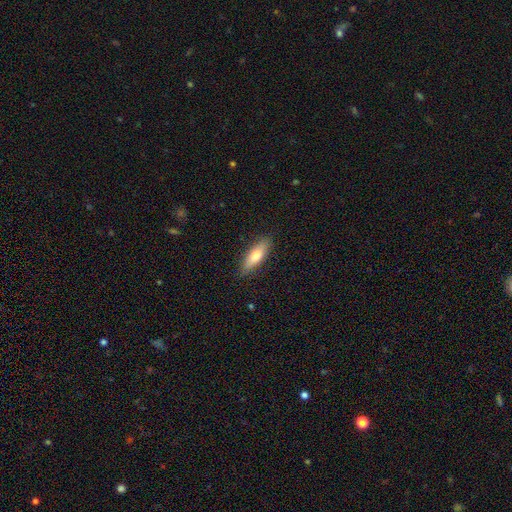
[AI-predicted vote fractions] This is likely a smooth galaxy (68%). How rounded: possibly in between (53%). Merging: clearly none (86%).